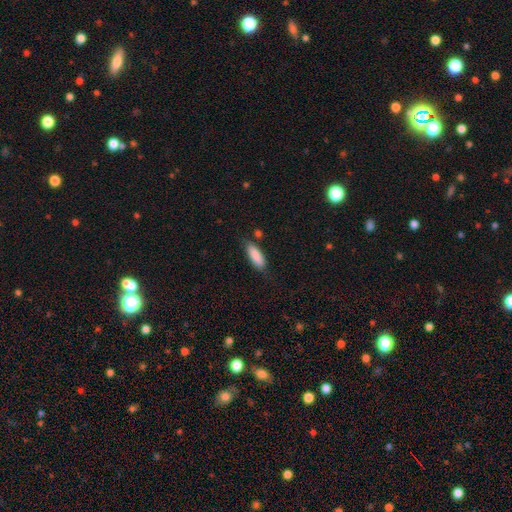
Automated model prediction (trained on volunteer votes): A smooth galaxy with no disk features (87%) that is in between round and cigar-shaped (62%). Merging: none (76%).